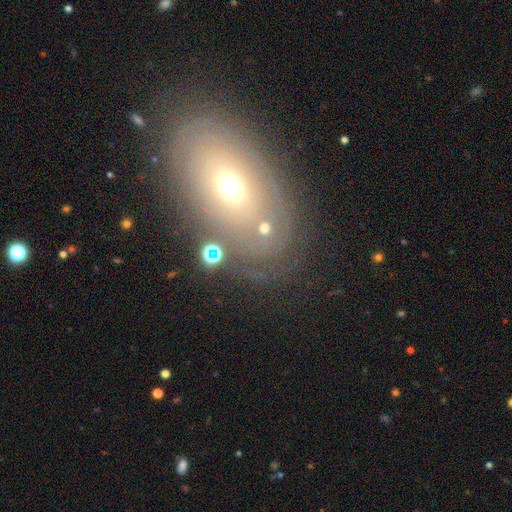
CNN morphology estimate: Smooth or featured?
  - featured or disk: 53% *
  - smooth: 33%
  - star or artifact: 14%
Edge-on disk?
  - no: 90% *
  - yes: 10%
Merging?
  - none: 76% *
  - minor disturbance: 13%
  - major disturbance: 6%
  - merger: 5%